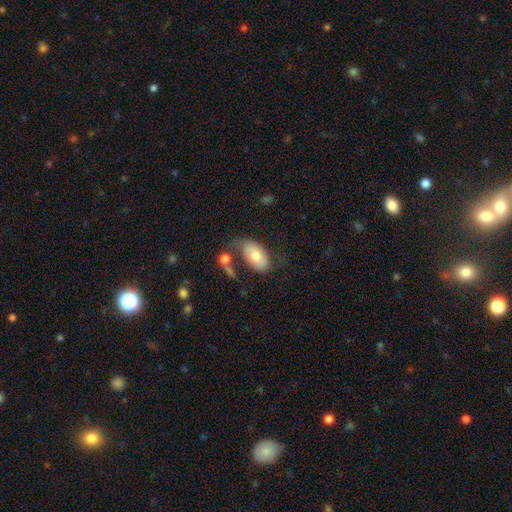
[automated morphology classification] smooth-or-featured: smooth: 68% | featured or disk: 25% | star or artifact: 7%
  how-rounded: in between: 93% | round: 5% | cigar-shaped: 2%
  merging: none: 42% | merger: 21% | minor disturbance: 21% | major disturbance: 16%